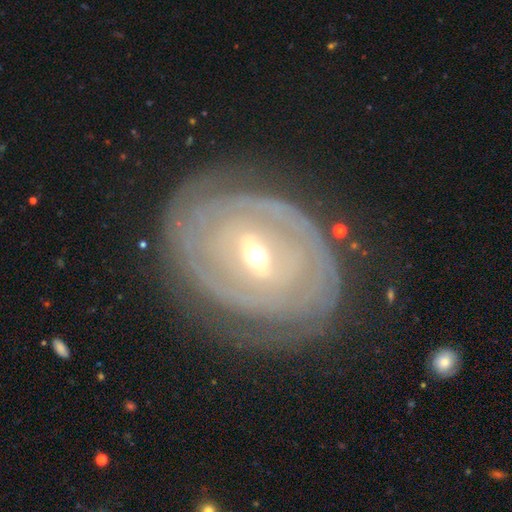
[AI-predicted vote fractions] A featured or disk galaxy (87%) with a weak bar (47%), tight (84%) spiral arms (90%) and a moderate central bulge (53%).

Vote fractions:
- Smooth or featured? featured or disk: 87% / smooth: 8% / star or artifact: 5%
- Edge-on disk? no: 95% / yes: 5%
- Bar? weak: 47% / strong: 32% / no: 21%
- Spiral arms? yes: 90% / no: 10%
- Spiral winding? tight: 84% / medium: 12% / loose: 4%
- Spiral arm count? can't tell: 42% / 2: 24% / 3: 13% / 4: 9% / more than 4: 7% / 1: 6%
- Bulge size? moderate: 53% / small: 43% / large: 2% / dominant: 1% / none: 1%
- Merging? none: 77% / minor disturbance: 15% / major disturbance: 6% / merger: 1%